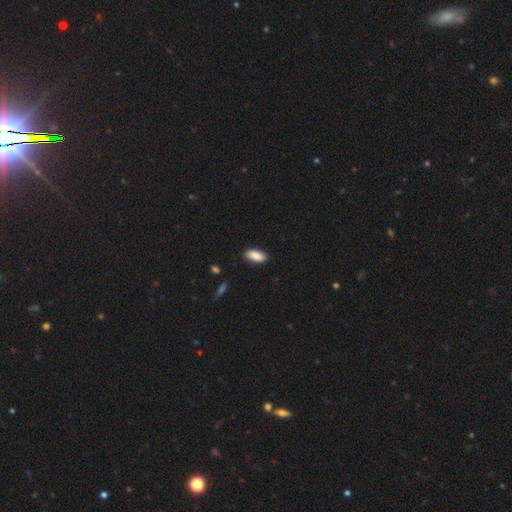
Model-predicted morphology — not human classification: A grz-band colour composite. It shows a smooth galaxy with no disk features (87%) that is in between round and cigar-shaped (85%). Merging: none (86%).